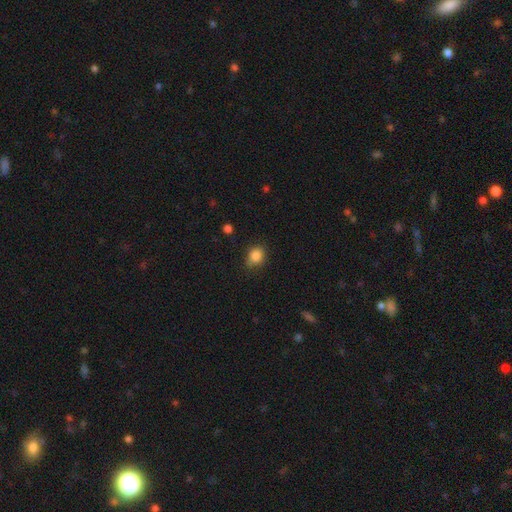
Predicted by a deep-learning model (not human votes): This appears to be a smooth galaxy with no disk features (85%) that is round (68%). Merging: none (74%).